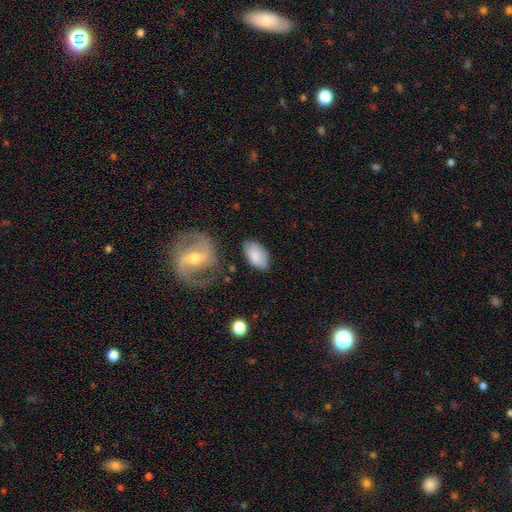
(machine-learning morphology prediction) type=smooth (79%); roundness=in between (94%); merging=none (69%).